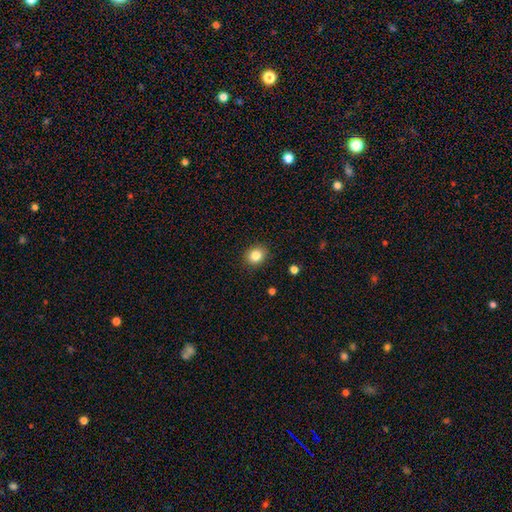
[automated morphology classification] The model was most divided on "how rounded": round: 68%, in between: 31%, cigar-shaped: 1%. More confident: merging — none (89%); smooth or featured — smooth (84%).